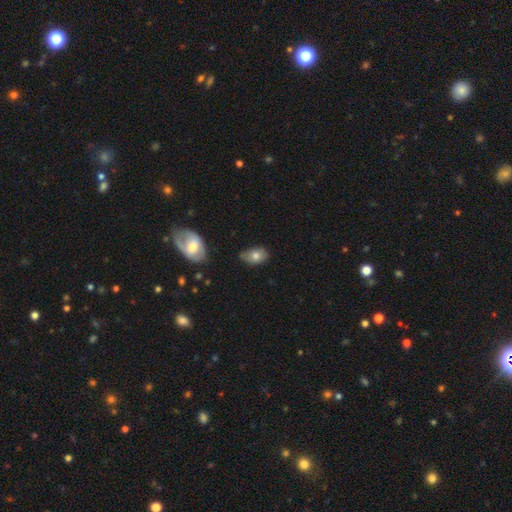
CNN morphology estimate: smooth-or-featured: smooth: 73% | featured or disk: 19% | star or artifact: 8%
  how-rounded: in between: 86% | round: 13% | cigar-shaped: 2%
  merging: none: 56% | minor disturbance: 34% | major disturbance: 7% | merger: 3%